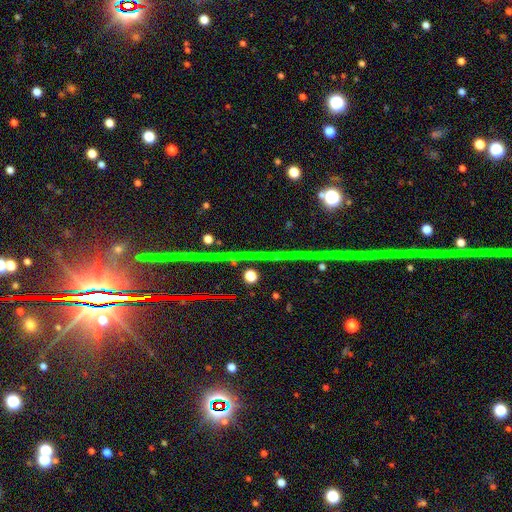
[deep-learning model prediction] Morphology: type=star or artifact (83%).